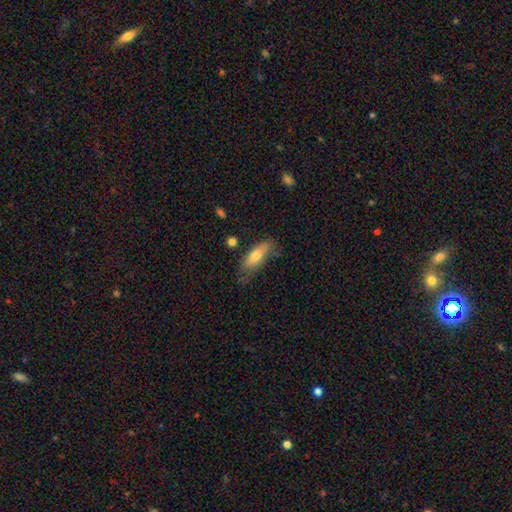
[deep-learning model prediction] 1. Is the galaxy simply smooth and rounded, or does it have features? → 67% smooth, 27% featured or disk, 7% star or artifact.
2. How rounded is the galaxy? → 56% in between, 41% cigar-shaped, 2% round.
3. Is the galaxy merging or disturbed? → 58% none, 29% minor disturbance, 9% major disturbance, 3% merger.